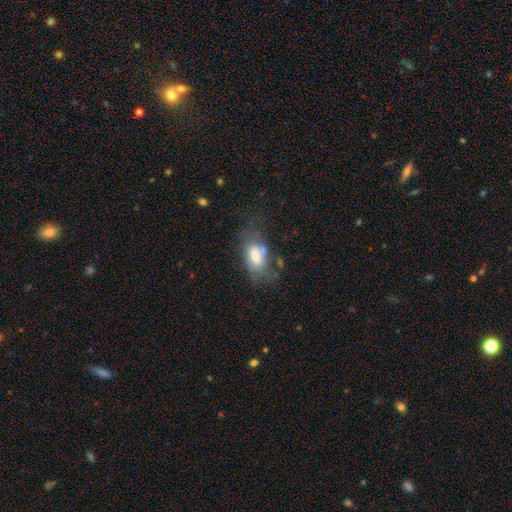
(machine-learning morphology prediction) smooth-or-featured: smooth: 65% | featured or disk: 26% | star or artifact: 9%
  how-rounded: in between: 90% | round: 6% | cigar-shaped: 4%
  merging: none: 38% | minor disturbance: 26% | major disturbance: 24% | merger: 12%